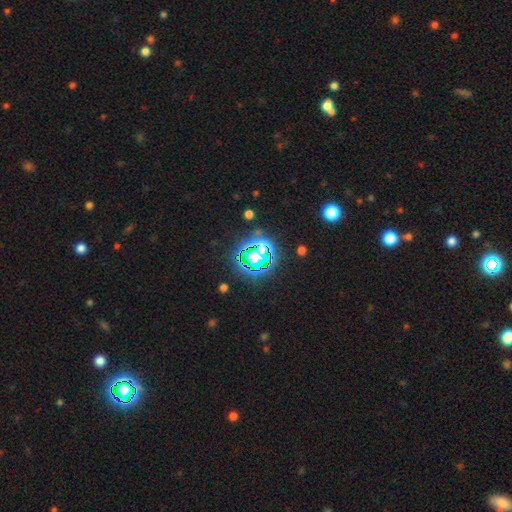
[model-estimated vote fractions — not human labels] The model was most divided on "smooth or featured": star or artifact: 65%, smooth: 21%, featured or disk: 14%.